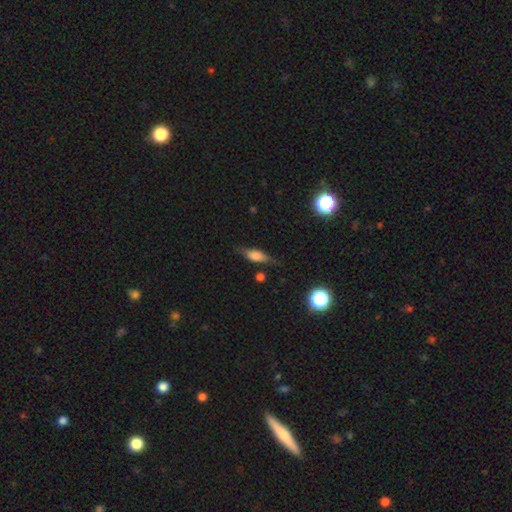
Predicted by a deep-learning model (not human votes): Q: Smooth or featured?
A: smooth (53%); runner-up: featured or disk (38%)
Q: How rounded?
A: in between (56%); runner-up: cigar-shaped (39%)
Q: Merging?
A: none (69%); runner-up: minor disturbance (22%)